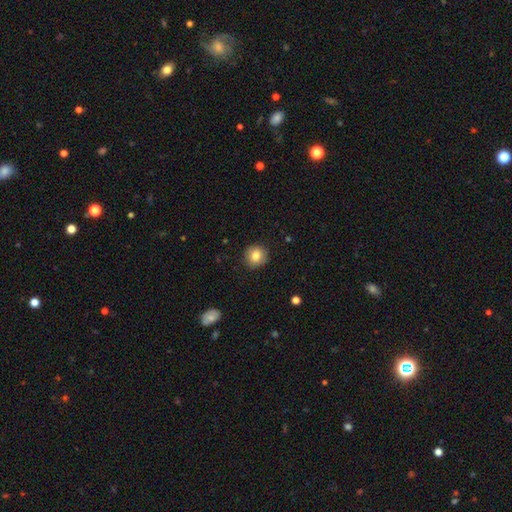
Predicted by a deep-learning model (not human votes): smooth-or-featured: smooth: 82% | featured or disk: 9% | star or artifact: 9%
  how-rounded: round: 92% | in between: 7% | cigar-shaped: 1%
  merging: none: 90% | minor disturbance: 7% | major disturbance: 2% | merger: 1%